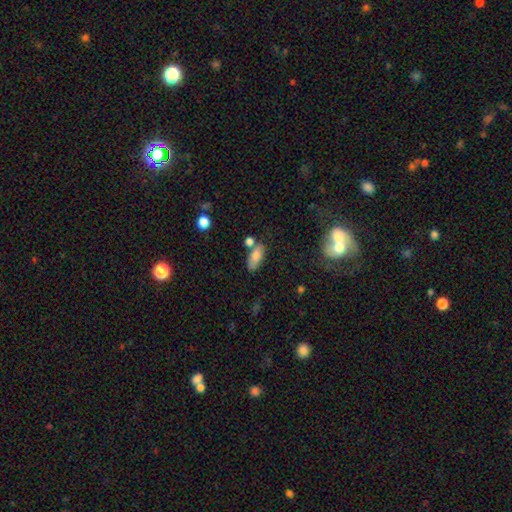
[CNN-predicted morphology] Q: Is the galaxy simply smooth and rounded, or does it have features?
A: smooth — 82%.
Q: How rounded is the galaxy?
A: in between — 85%.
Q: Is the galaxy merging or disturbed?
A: none — 59%.